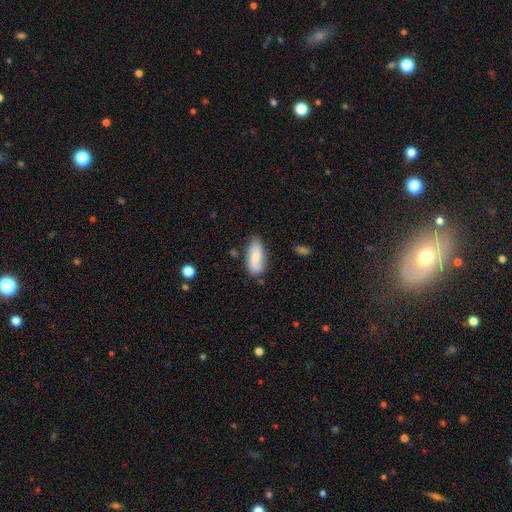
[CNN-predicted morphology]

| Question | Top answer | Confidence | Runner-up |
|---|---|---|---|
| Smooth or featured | smooth | 71% | featured or disk (23%) |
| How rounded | in between | 79% | cigar-shaped (19%) |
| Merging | none | 69% | minor disturbance (24%) |